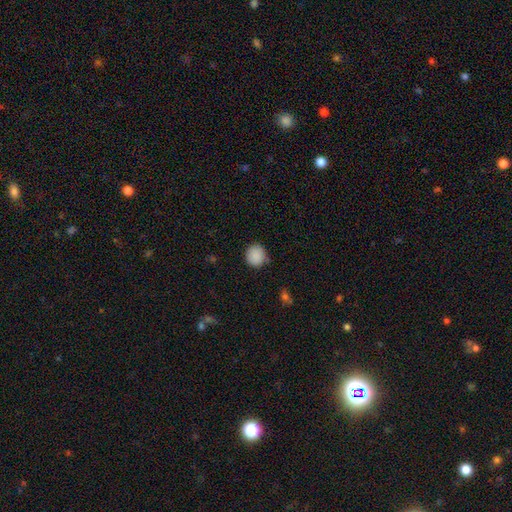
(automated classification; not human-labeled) Smooth or featured?
  - smooth: 88% *
  - star or artifact: 9%
  - featured or disk: 4%
How rounded?
  - round: 87% *
  - in between: 12%
  - cigar-shaped: 1%
Merging?
  - none: 79% *
  - minor disturbance: 16%
  - major disturbance: 3%
  - merger: 2%